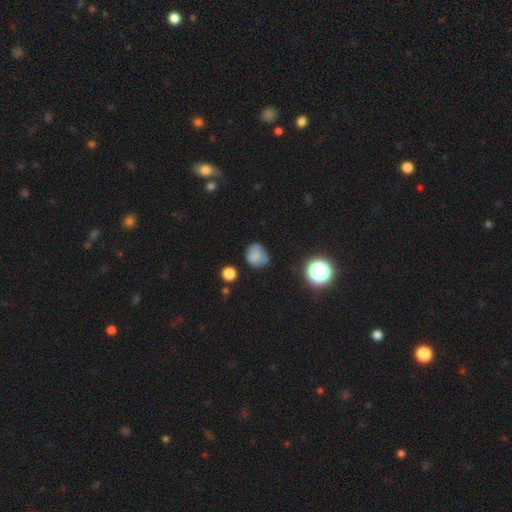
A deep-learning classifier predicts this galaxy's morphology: smooth_or_featured: smooth (p=0.77) [alt: star or artifact p=0.13]
how_rounded: round (p=0.73) [alt: in between p=0.26]
merging: none (p=0.62) [alt: minor disturbance p=0.27]